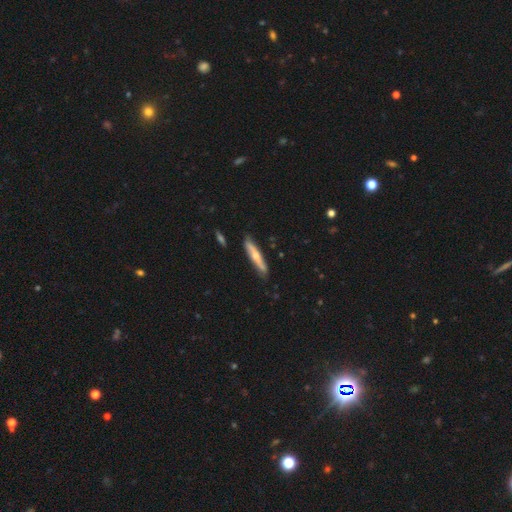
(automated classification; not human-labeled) This appears to be a featured or disk galaxy (52%) viewed edge-on (85%). Merging: none (82%).